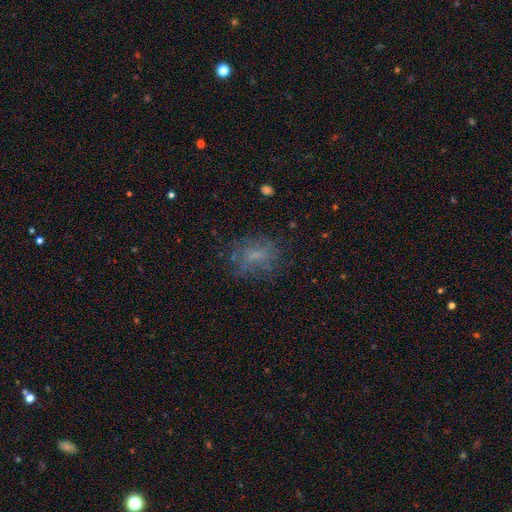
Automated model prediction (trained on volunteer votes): This appears to be a smooth galaxy with no disk features (52%) that is in between round and cigar-shaped (63%). Merging: none (65%).